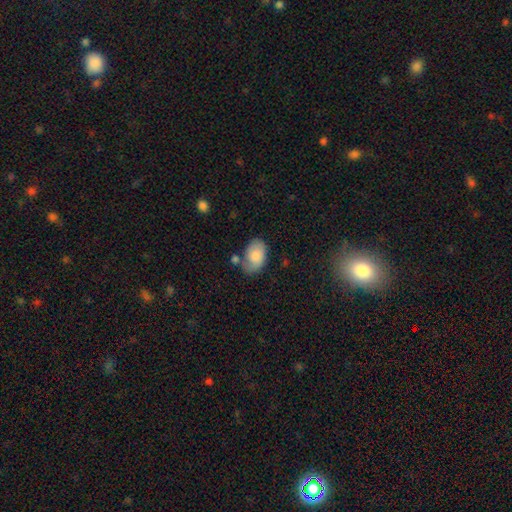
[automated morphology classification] type=smooth (78%); roundness=in between (89%); merging=none (55%).